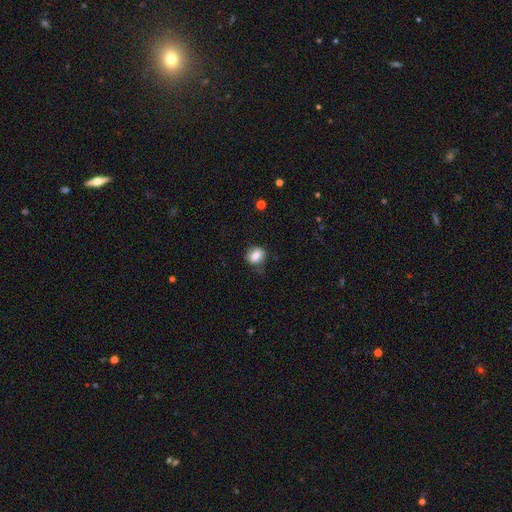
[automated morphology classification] This appears to be a smooth galaxy with no disk features (79%) that is round (51%). Merging: none (66%).